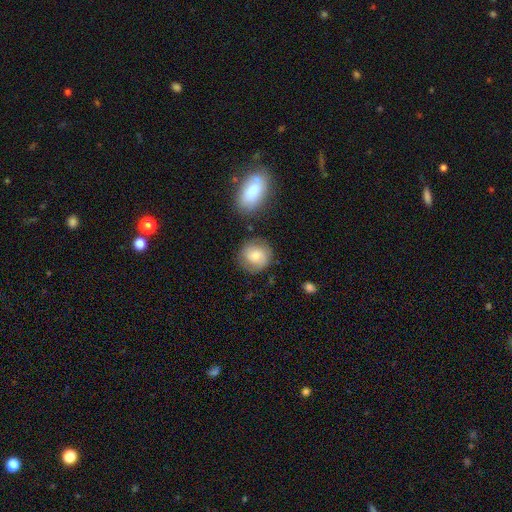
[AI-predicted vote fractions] Morphology: type=smooth (63%); roundness=round (86%); merging=none (77%).